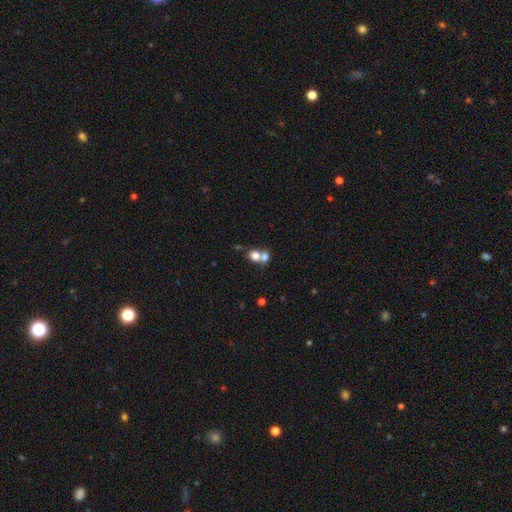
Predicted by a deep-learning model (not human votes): smooth 72%, featured or disk 15%, star or artifact 12%. Down the decision tree: how rounded — round (70%); merging — merger (57%).